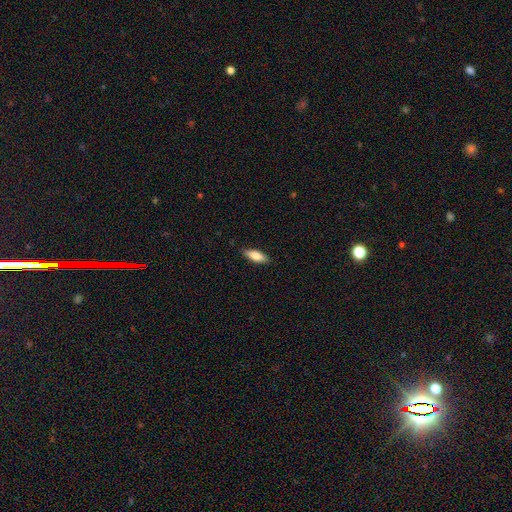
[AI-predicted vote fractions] A smooth galaxy with no disk features (79%) that is in between round and cigar-shaped (67%).

Vote fractions:
- Smooth or featured? smooth: 79% / featured or disk: 15% / star or artifact: 6%
- How rounded? in between: 67% / cigar-shaped: 31% / round: 2%
- Merging? none: 86% / minor disturbance: 11% / major disturbance: 2% / merger: 1%